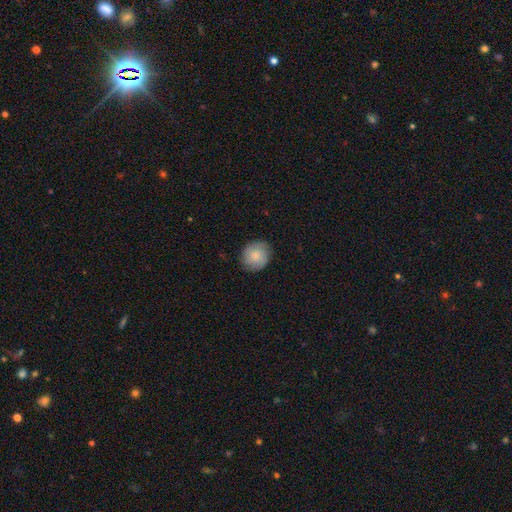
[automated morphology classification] smooth-or-featured: smooth: 71% | featured or disk: 22% | star or artifact: 7%
  how-rounded: round: 84% | in between: 15% | cigar-shaped: 1%
  merging: none: 83% | minor disturbance: 13% | major disturbance: 3% | merger: 1%